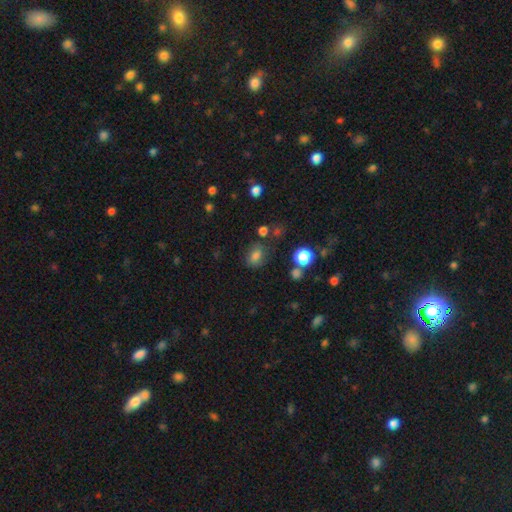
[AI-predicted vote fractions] This is likely a smooth galaxy (77%). How rounded: likely in between (60%). Merging: likely none (71%).